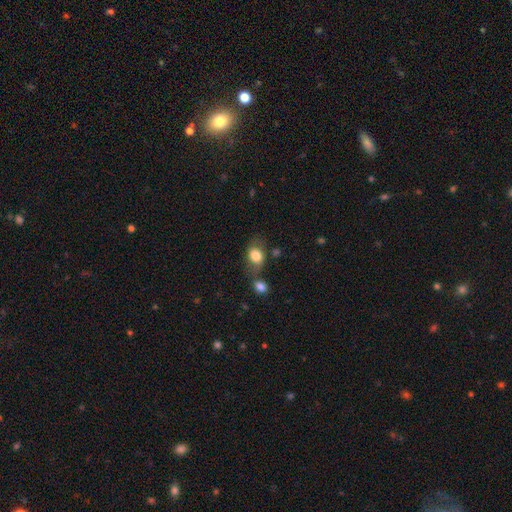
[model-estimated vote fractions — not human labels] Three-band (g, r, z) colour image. It shows a smooth galaxy with no disk features (77%) that is in between round and cigar-shaped (66%). Merging: none (53%).